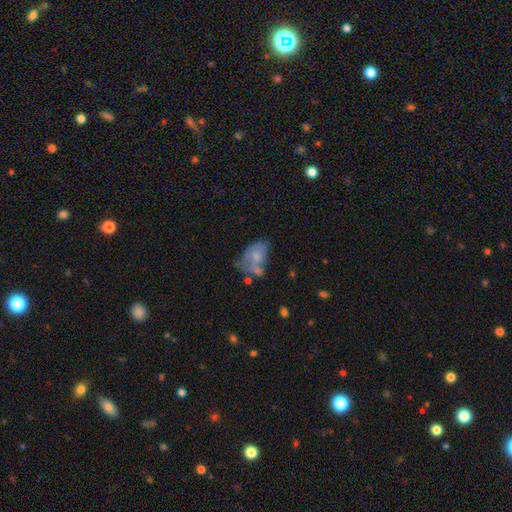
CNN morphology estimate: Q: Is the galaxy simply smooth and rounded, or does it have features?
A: smooth — 55%.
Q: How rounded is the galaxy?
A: in between — 85%.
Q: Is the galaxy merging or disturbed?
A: merger — 28%.